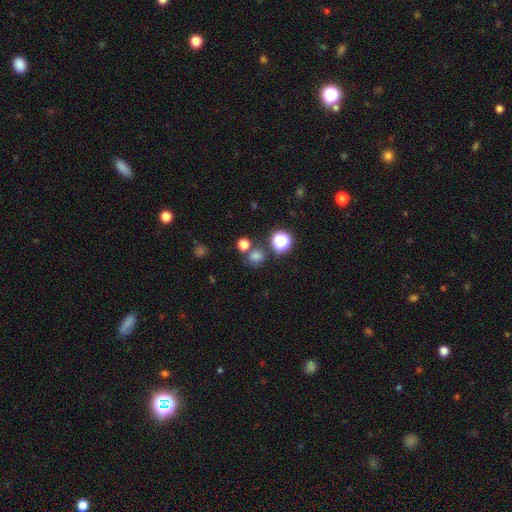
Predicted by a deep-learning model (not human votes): The model was most divided on "smooth or featured": smooth: 68%, star or artifact: 26%, featured or disk: 6%. More confident: how rounded — round (84%); merging — none (72%).